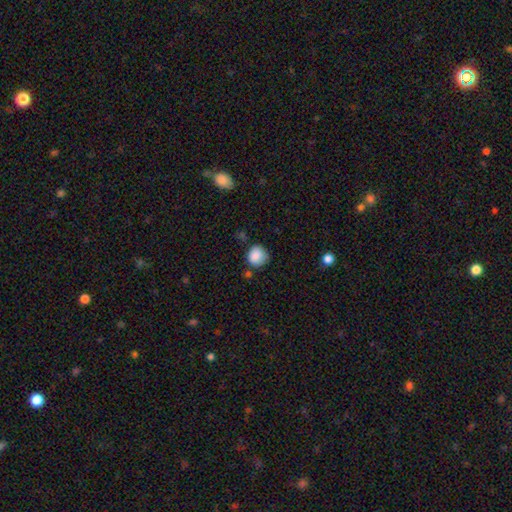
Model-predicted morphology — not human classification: This appears to be a smooth galaxy with no disk features (86%) that is round (83%). Merging: none (65%).